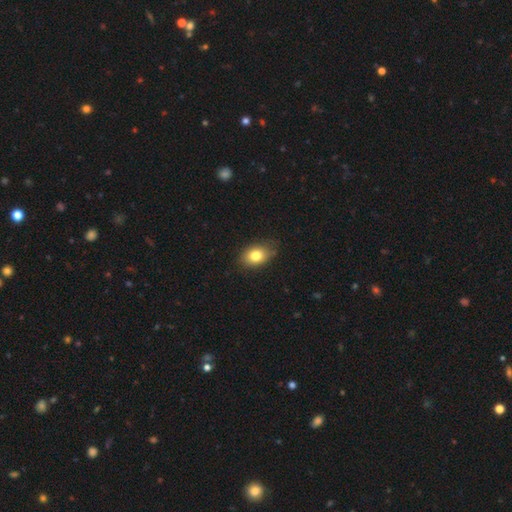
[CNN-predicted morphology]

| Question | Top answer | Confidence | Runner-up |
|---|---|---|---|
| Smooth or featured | smooth | 79% | featured or disk (11%) |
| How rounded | in between | 74% | round (24%) |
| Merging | none | 77% | minor disturbance (18%) |